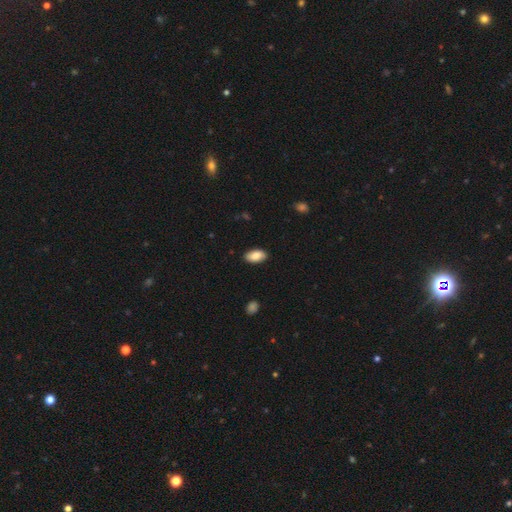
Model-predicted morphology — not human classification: The model was most divided on "merging": none: 88%, minor disturbance: 9%, major disturbance: 2%, merger: 1%. More confident: how rounded — in between (94%); smooth or featured — smooth (87%).